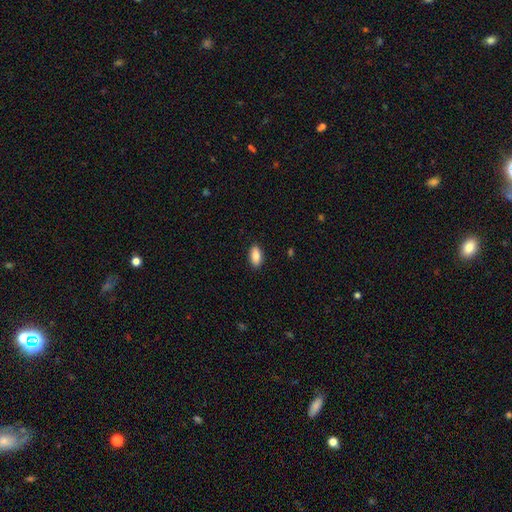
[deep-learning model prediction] This is clearly a smooth galaxy (88%). How rounded: clearly in between (91%). Merging: clearly none (89%).